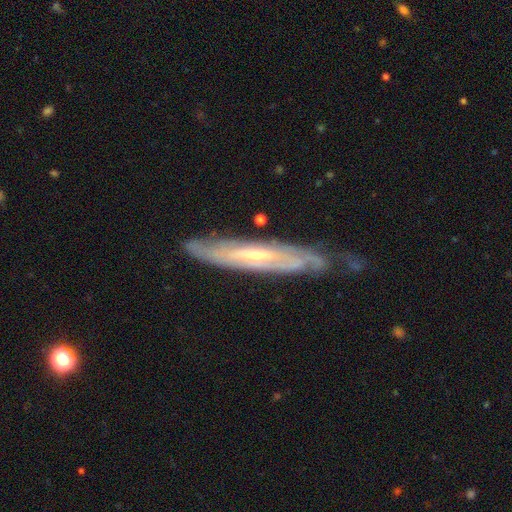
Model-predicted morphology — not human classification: featured or disk 81%, smooth 13%, star or artifact 6%. Down the decision tree: edge-on disk — no (53%); merging — none (70%).